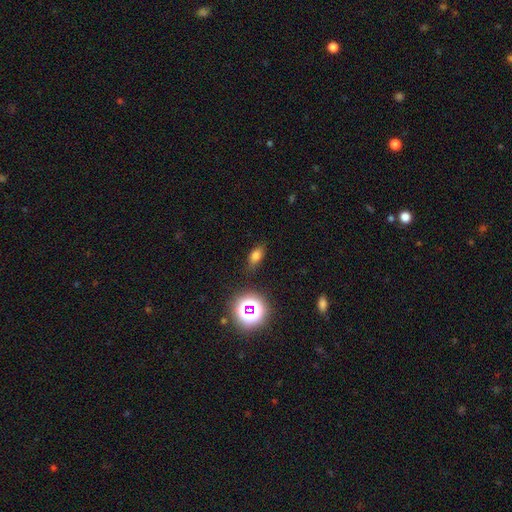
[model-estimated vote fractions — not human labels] Q: Smooth or featured?
A: smooth (69%); runner-up: star or artifact (20%)
Q: How rounded?
A: in between (77%); runner-up: round (13%)
Q: Merging?
A: none (81%); runner-up: minor disturbance (13%)